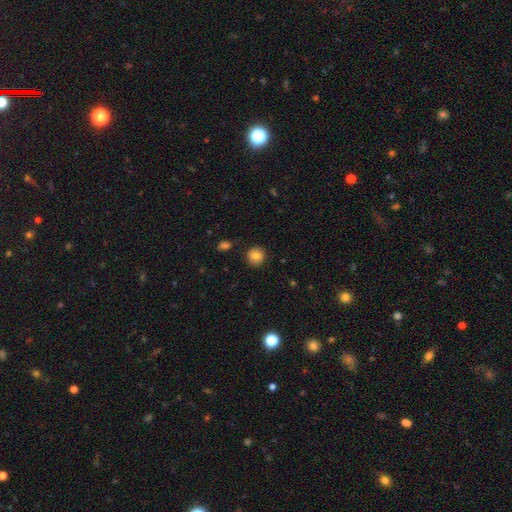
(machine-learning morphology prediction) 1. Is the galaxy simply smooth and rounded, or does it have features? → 82% smooth, 9% star or artifact, 8% featured or disk.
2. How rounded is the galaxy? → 90% round, 10% in between, 1% cigar-shaped.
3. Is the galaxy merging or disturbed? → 88% none, 9% minor disturbance, 2% major disturbance, 2% merger.